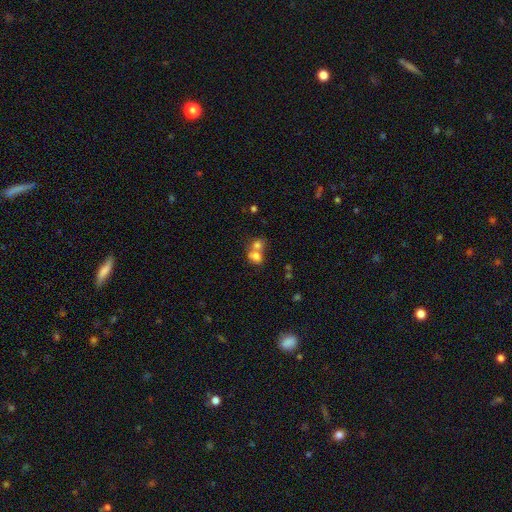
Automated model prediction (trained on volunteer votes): A smooth galaxy with no disk features (71%) that is round (59%). Merging: merger (66%).